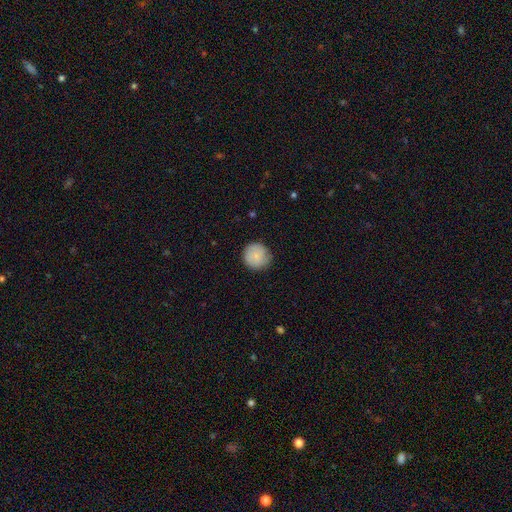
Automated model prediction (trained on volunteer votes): smooth-or-featured: smooth: 78% | featured or disk: 15% | star or artifact: 7%
  how-rounded: round: 94% | in between: 5% | cigar-shaped: 1%
  merging: none: 79% | minor disturbance: 17% | major disturbance: 3% | merger: 1%